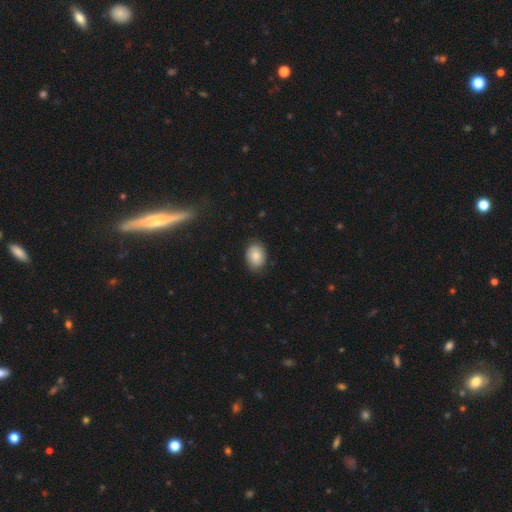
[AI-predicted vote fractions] Overall: smooth (81%). How rounded: in between (69%; round 30%). Merging: none (82%).